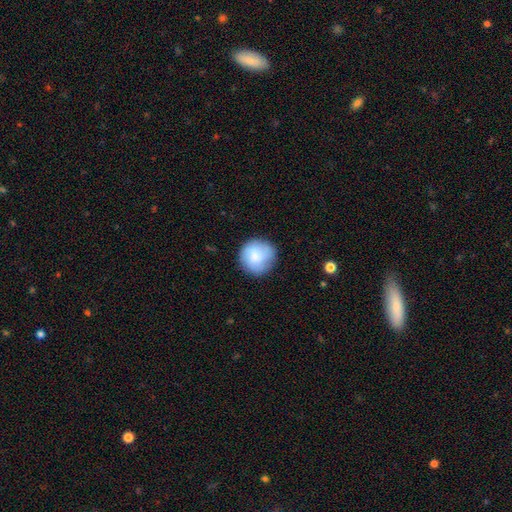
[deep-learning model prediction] This is likely a smooth galaxy (77%). How rounded: clearly round (91%). Merging: likely none (80%).